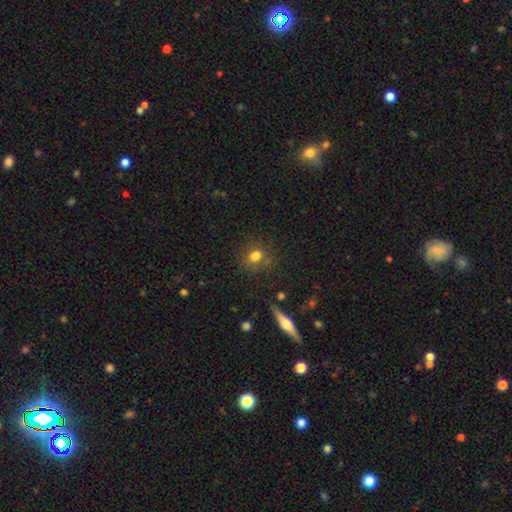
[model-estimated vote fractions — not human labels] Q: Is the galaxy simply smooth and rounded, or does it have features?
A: smooth — 75%.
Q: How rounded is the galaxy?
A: round — 70%.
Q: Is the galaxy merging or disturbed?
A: none — 74%.